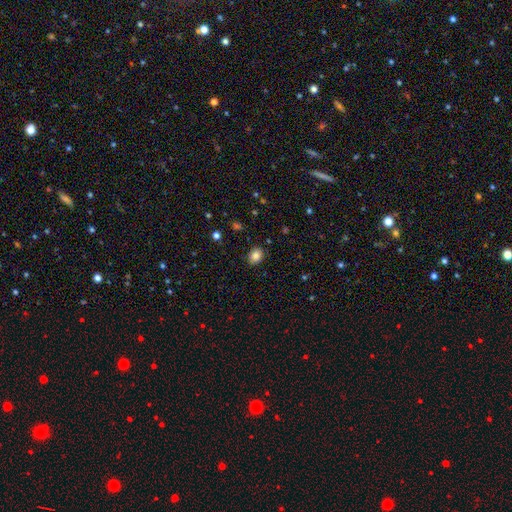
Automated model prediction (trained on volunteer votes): Smooth or featured? Predicted: smooth (p=0.84). How rounded? Predicted: round (p=0.54). Merging? Predicted: none (p=0.87).